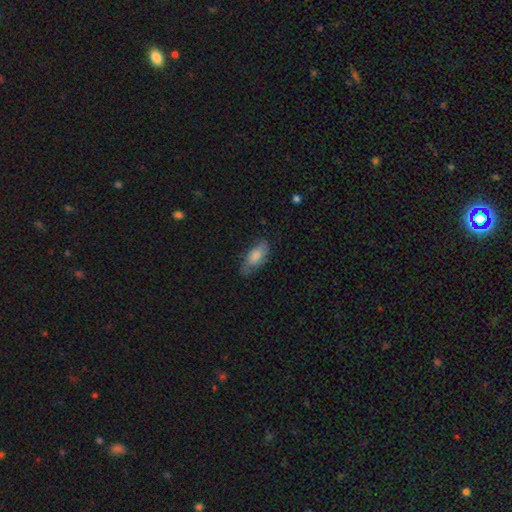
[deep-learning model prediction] Morphology: type=smooth (80%); roundness=in between (82%); merging=none (63%).